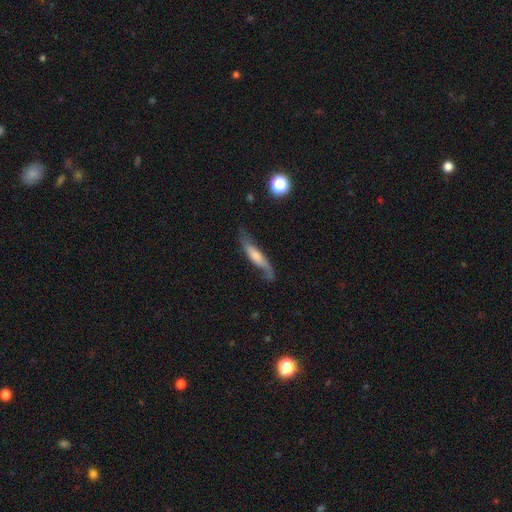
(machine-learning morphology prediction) Smooth or featured: featured or disk — 62% (smooth — 31%)
Edge-on disk: no — 56% (yes — 44%)
Merging: none — 60% (minor disturbance — 25%)